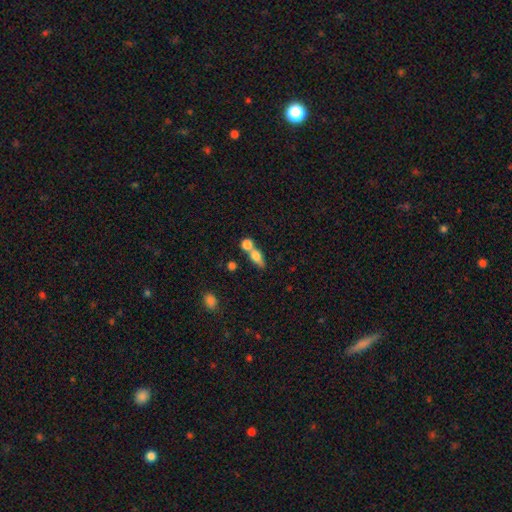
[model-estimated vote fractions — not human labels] Smooth or featured: smooth — 73% (featured or disk — 17%)
How rounded: in between — 56% (round — 29%)
Merging: merger — 56% (none — 30%)